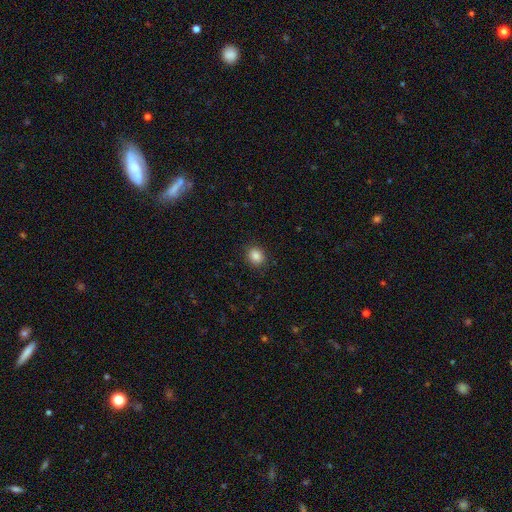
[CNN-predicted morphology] A smooth galaxy with no disk features (86%) that is round (65%). Merging: none (89%).